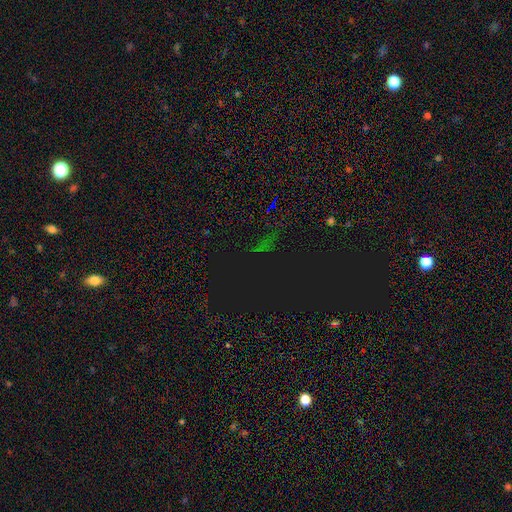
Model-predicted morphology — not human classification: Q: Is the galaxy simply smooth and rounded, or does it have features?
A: star or artifact — 73%.